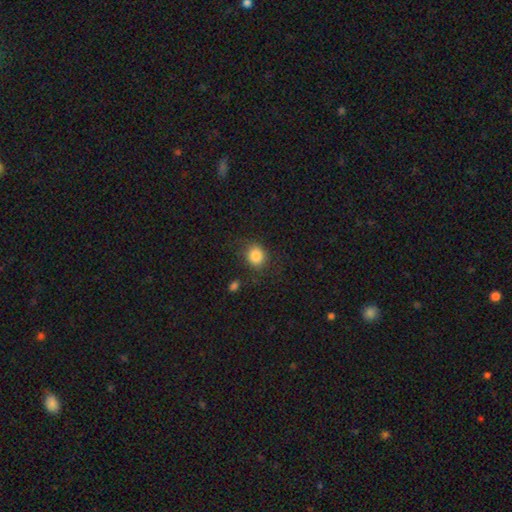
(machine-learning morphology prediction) A smooth galaxy with no disk features (84%) that is round (75%).

Vote fractions:
- Smooth or featured? smooth: 84% / star or artifact: 10% / featured or disk: 6%
- How rounded? round: 75% / in between: 24% / cigar-shaped: 1%
- Merging? none: 74% / minor disturbance: 16% / major disturbance: 7% / merger: 3%